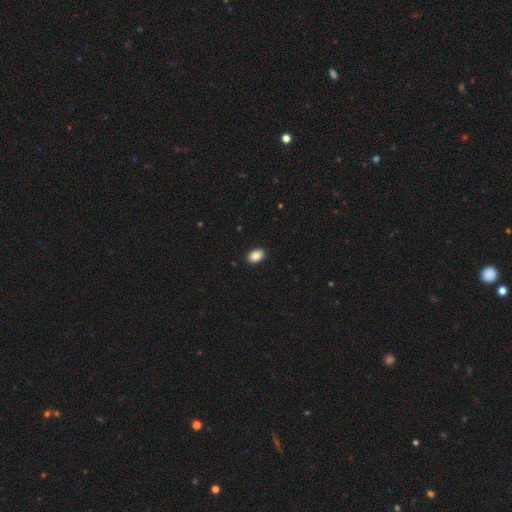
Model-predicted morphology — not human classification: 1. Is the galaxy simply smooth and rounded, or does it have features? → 85% smooth, 9% star or artifact, 7% featured or disk.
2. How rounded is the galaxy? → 81% in between, 18% round, 1% cigar-shaped.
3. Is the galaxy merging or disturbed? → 89% none, 8% minor disturbance, 2% major disturbance, 1% merger.